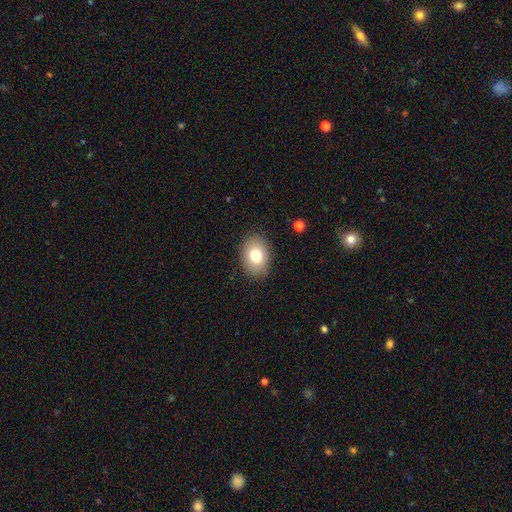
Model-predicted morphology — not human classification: type=smooth (78%); roundness=in between (70%); merging=none (88%).